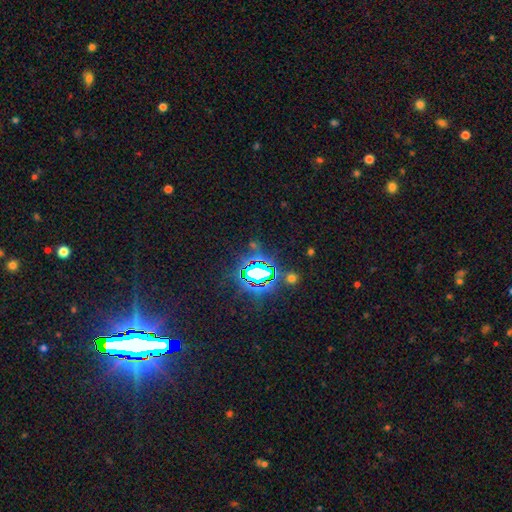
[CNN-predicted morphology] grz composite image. It shows a star or artifact, not a galaxy (84%).